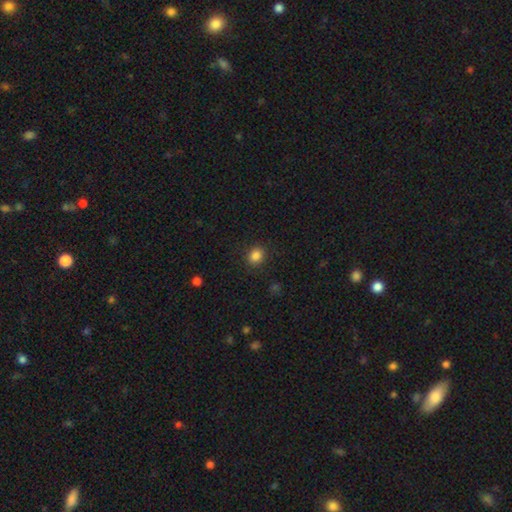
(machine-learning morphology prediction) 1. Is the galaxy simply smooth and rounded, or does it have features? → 85% smooth, 11% star or artifact, 4% featured or disk.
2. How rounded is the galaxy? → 65% round, 34% in between, 1% cigar-shaped.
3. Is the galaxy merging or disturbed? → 89% none, 7% minor disturbance, 2% major disturbance, 1% merger.